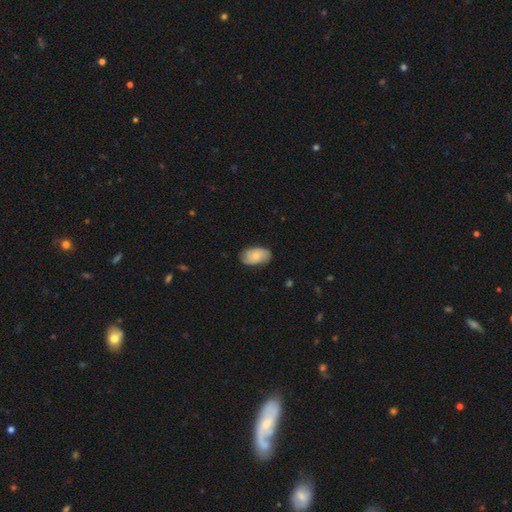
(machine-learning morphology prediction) Overall: smooth (60%; featured or disk 33%). How rounded: in between (92%). Merging: none (76%).